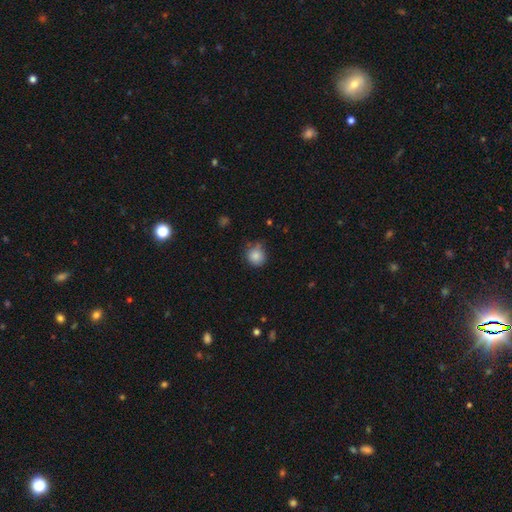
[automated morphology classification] A smooth galaxy with no disk features (85%) that is round (88%). Merging: none (72%).